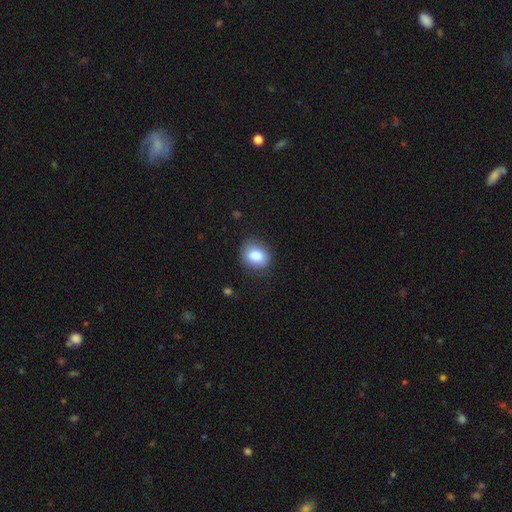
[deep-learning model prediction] A smooth galaxy with no disk features (84%) that is round (58%).

Vote fractions:
- Smooth or featured? smooth: 84% / star or artifact: 9% / featured or disk: 7%
- How rounded? round: 58% / in between: 41% / cigar-shaped: 1%
- Merging? none: 84% / minor disturbance: 12% / major disturbance: 3% / merger: 1%